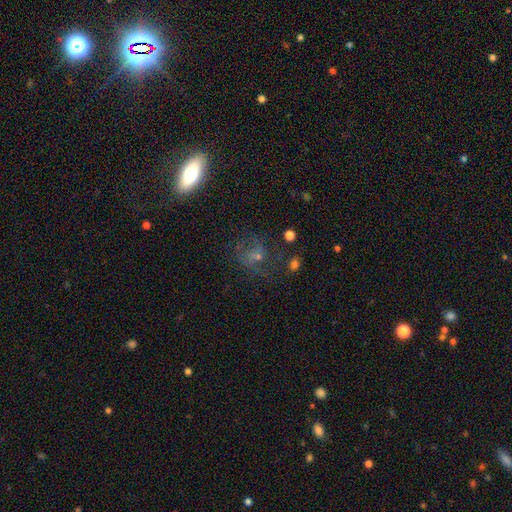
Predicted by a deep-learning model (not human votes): Smooth or featured? Predicted: featured or disk (p=0.38). Merging? Predicted: none (p=0.60).